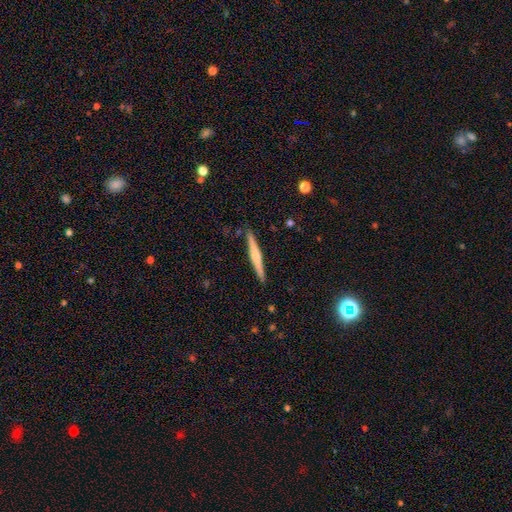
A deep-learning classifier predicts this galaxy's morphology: A featured or disk galaxy (52%) viewed edge-on (97%) with a rounded central bulge (58%).

Vote fractions:
- Smooth or featured? featured or disk: 52% / smooth: 42% / star or artifact: 6%
- Edge-on disk? yes: 97% / no: 3%
- Edge-on bulge? rounded: 58% / none: 30% / boxy: 12%
- Merging? none: 89% / minor disturbance: 8% / major disturbance: 1% / merger: 1%